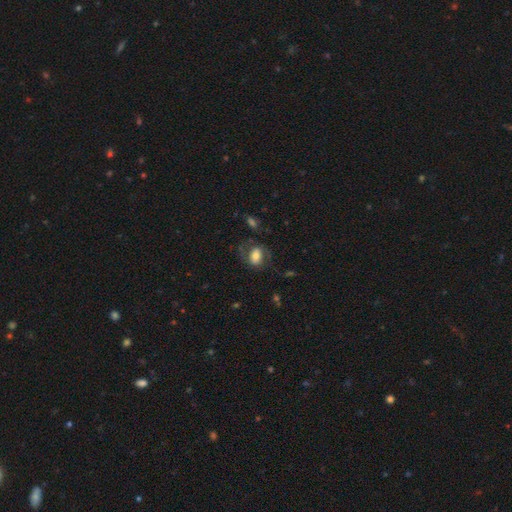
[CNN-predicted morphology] type=smooth (58%); roundness=in between (73%); merging=none (58%).